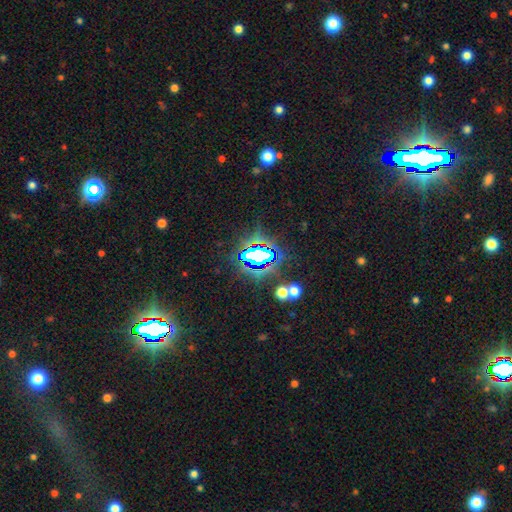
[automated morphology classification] Q: Smooth or featured?
A: star or artifact (72%); runner-up: smooth (17%)